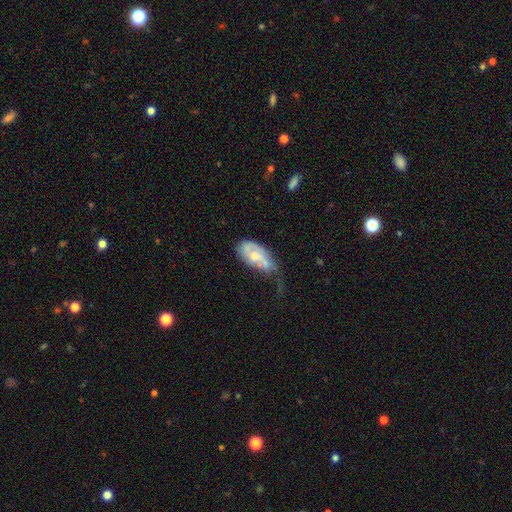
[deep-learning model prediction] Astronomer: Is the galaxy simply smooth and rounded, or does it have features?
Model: featured or disk — 57% (runner-up: smooth, 37%).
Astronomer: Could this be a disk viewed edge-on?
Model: no — 93%.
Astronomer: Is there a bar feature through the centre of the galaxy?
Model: no — 71%.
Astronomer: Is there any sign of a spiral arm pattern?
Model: yes — 62% (runner-up: no, 38%).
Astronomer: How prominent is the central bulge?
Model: moderate — 60%.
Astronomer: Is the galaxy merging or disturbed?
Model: minor disturbance — 37% (runner-up: none, 29%).